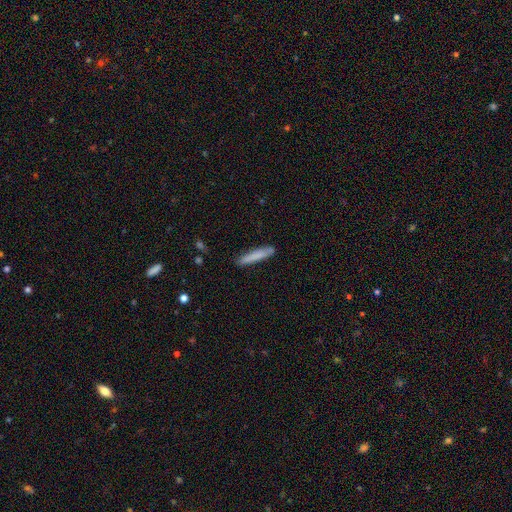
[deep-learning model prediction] smooth-or-featured: smooth: 79% | featured or disk: 15% | star or artifact: 6%
  how-rounded: cigar-shaped: 93% | in between: 6% | round: 1%
  merging: none: 84% | minor disturbance: 12% | major disturbance: 2% | merger: 2%